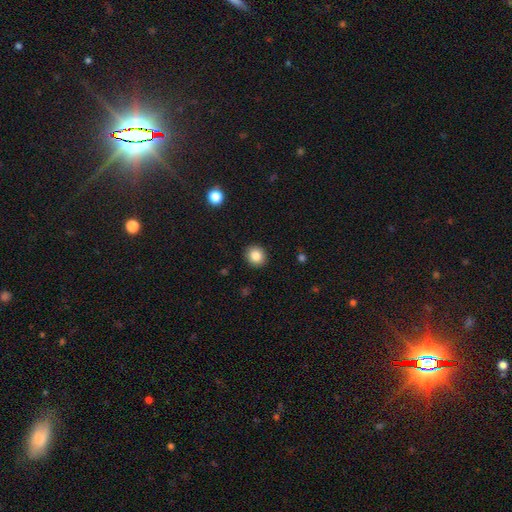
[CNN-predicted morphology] smooth_or_featured: smooth (p=0.85) [alt: star or artifact p=0.10]
how_rounded: round (p=0.82) [alt: in between p=0.17]
merging: none (p=0.92) [alt: minor disturbance p=0.06]